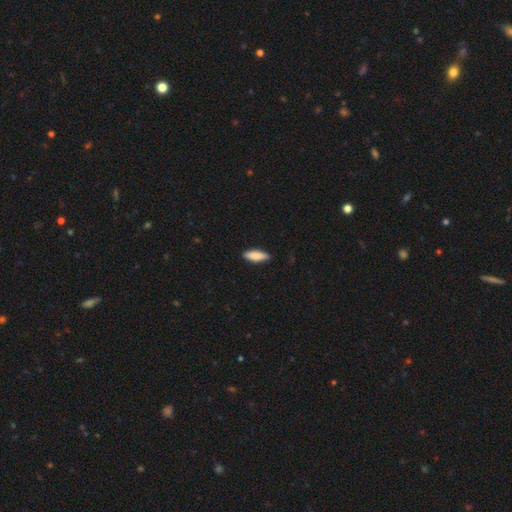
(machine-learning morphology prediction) Smooth or featured?
  - smooth: 85% *
  - featured or disk: 10%
  - star or artifact: 6%
How rounded?
  - in between: 56% *
  - cigar-shaped: 42%
  - round: 2%
Merging?
  - none: 88% *
  - minor disturbance: 9%
  - major disturbance: 2%
  - merger: 1%